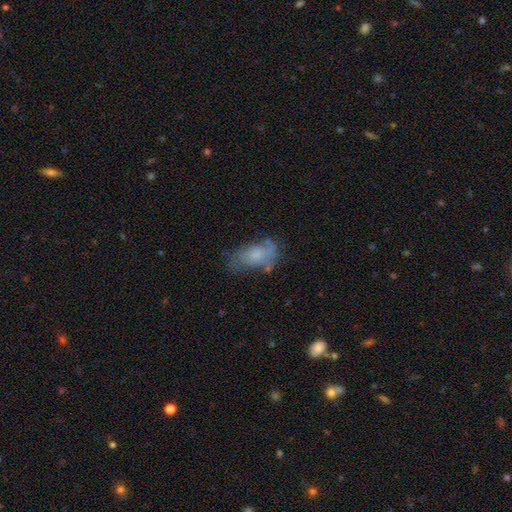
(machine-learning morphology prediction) This is possibly a smooth galaxy (50%). Merging: possibly none (47%).